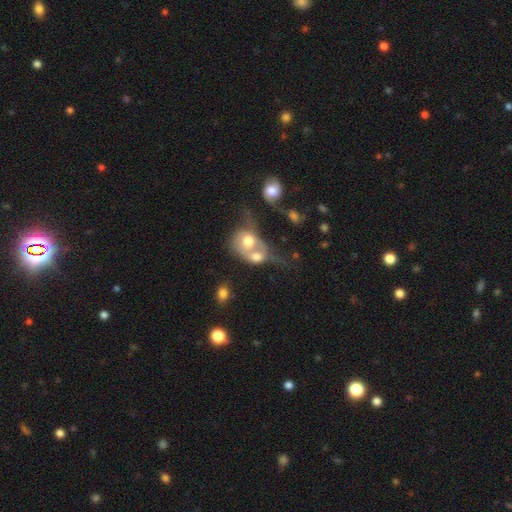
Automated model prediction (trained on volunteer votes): Overall: smooth (52%; featured or disk 36%). How rounded: round (58%; in between 40%). Merging: merger (72%).